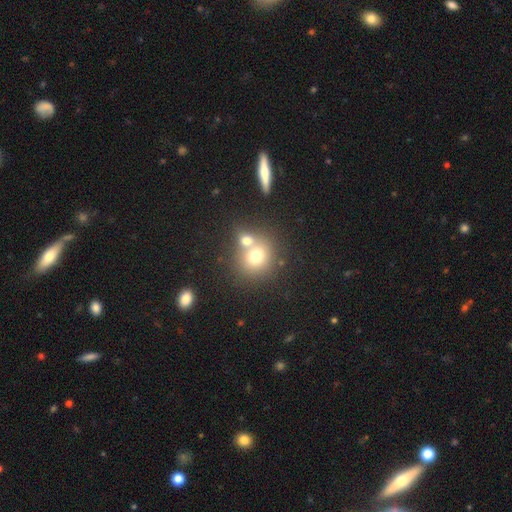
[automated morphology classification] smooth-or-featured: smooth: 71% | featured or disk: 16% | star or artifact: 13%
  how-rounded: round: 79% | in between: 20% | cigar-shaped: 1%
  merging: merger: 45% | none: 44% | minor disturbance: 7% | major disturbance: 4%